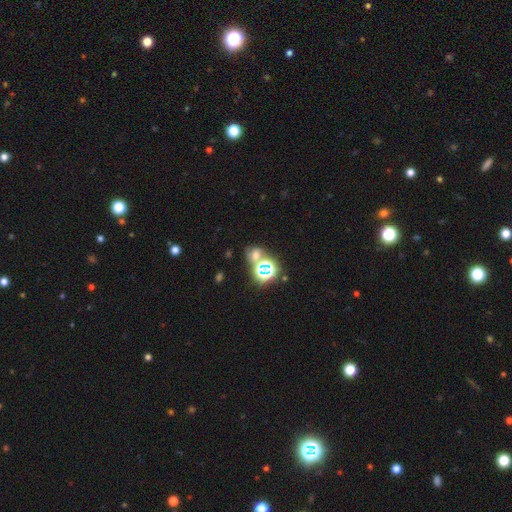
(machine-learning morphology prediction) Q: Smooth or featured?
A: star or artifact (50%); runner-up: smooth (36%)